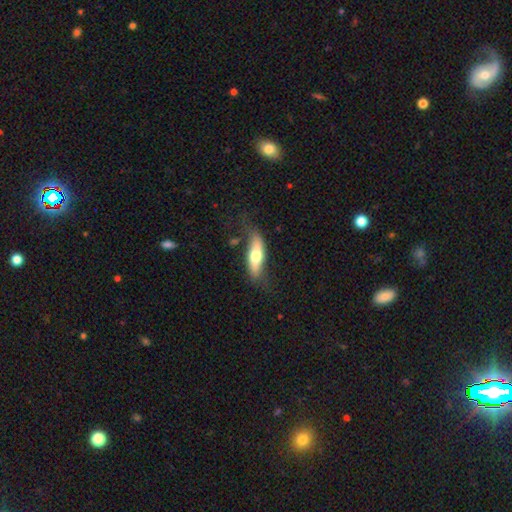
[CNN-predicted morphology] smooth_or_featured: smooth (p=0.56) [alt: featured or disk p=0.38]
how_rounded: in between (p=0.51) [alt: cigar-shaped p=0.46]
merging: none (p=0.63) [alt: minor disturbance p=0.24]